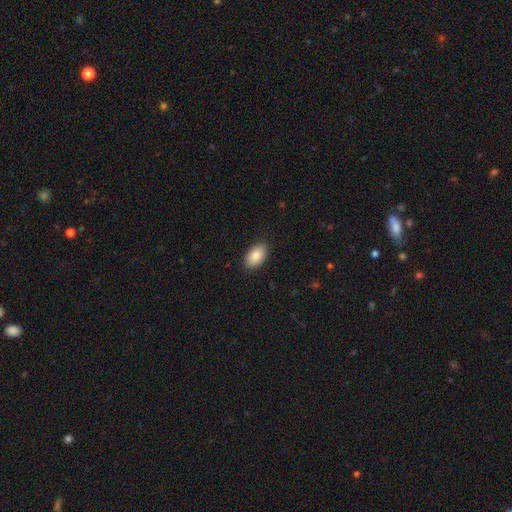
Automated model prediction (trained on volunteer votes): Morphology: type=smooth (88%); roundness=in between (95%); merging=none (89%).